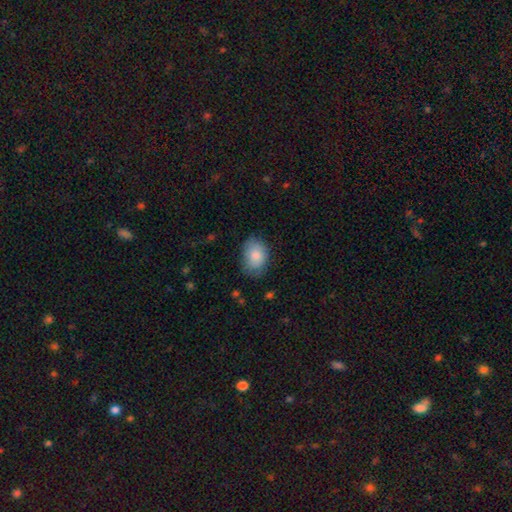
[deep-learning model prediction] This appears to be a smooth galaxy with no disk features (84%) that is in between round and cigar-shaped (76%). Merging: none (67%).